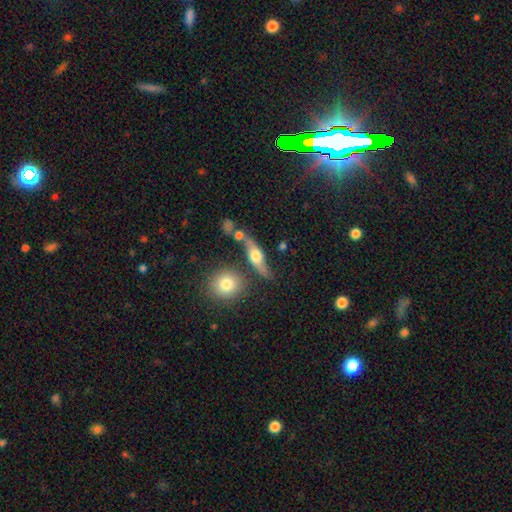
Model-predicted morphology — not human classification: This appears to be a featured or disk galaxy (57%) viewed edge-on (60%). Merging: none (61%).